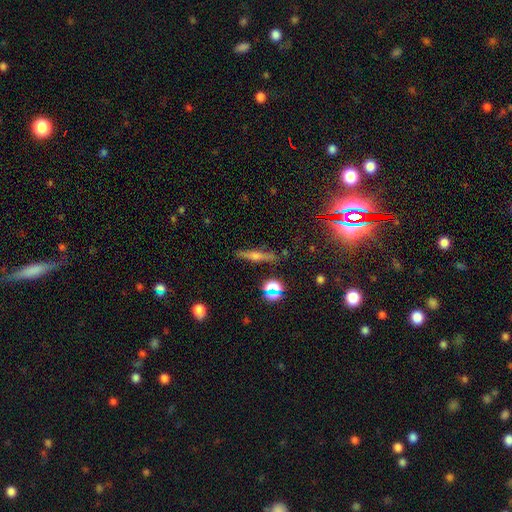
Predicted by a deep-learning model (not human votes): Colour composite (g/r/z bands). It shows a featured or disk galaxy (54%) viewed edge-on (93%) with a rounded central bulge (87%). Merging: none (85%).